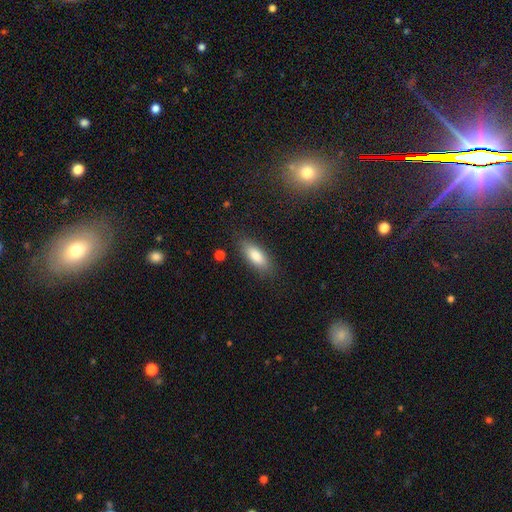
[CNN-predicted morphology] A smooth galaxy with no disk features (82%) that is in between round and cigar-shaped (75%).

Vote fractions:
- Smooth or featured? smooth: 82% / featured or disk: 11% / star or artifact: 7%
- How rounded? in between: 75% / cigar-shaped: 23% / round: 2%
- Merging? none: 83% / minor disturbance: 12% / major disturbance: 3% / merger: 2%